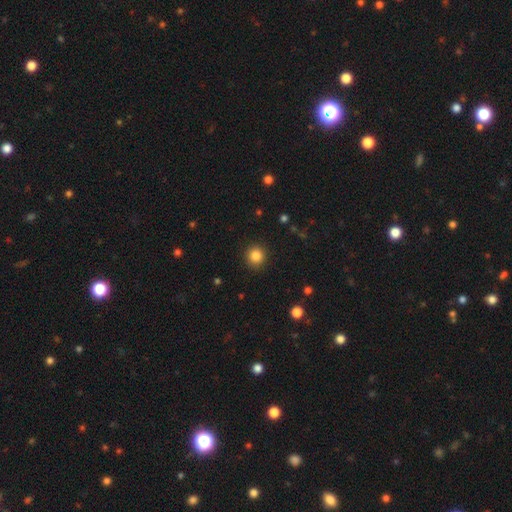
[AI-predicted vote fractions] smooth-or-featured: smooth: 85% | star or artifact: 11% | featured or disk: 5%
  how-rounded: round: 93% | in between: 6% | cigar-shaped: 1%
  merging: none: 91% | minor disturbance: 6% | major disturbance: 2% | merger: 1%